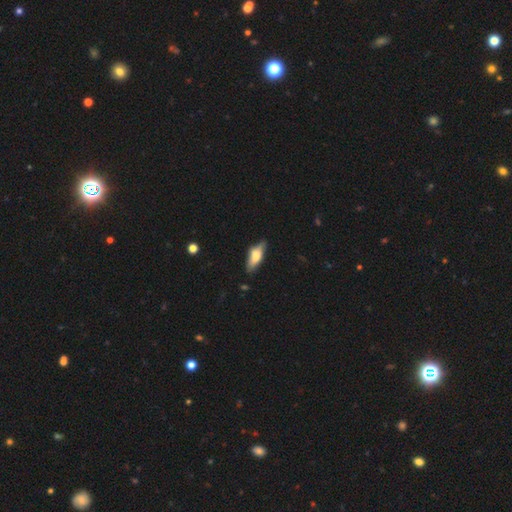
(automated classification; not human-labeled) A smooth galaxy with no disk features (54%) that is in between round and cigar-shaped (64%). Merging: none (73%).